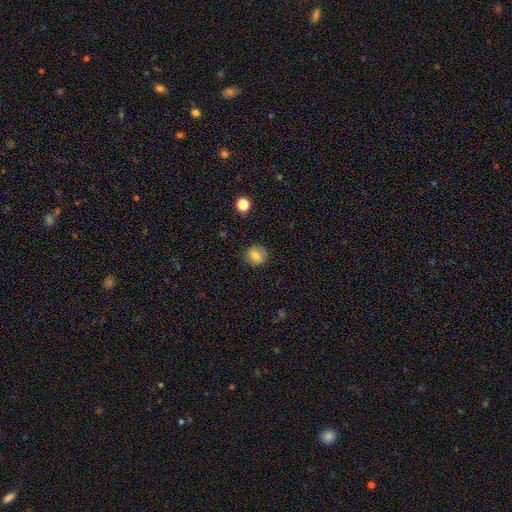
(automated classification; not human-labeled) Overall: smooth (78%). How rounded: round (82%). Merging: none (81%).